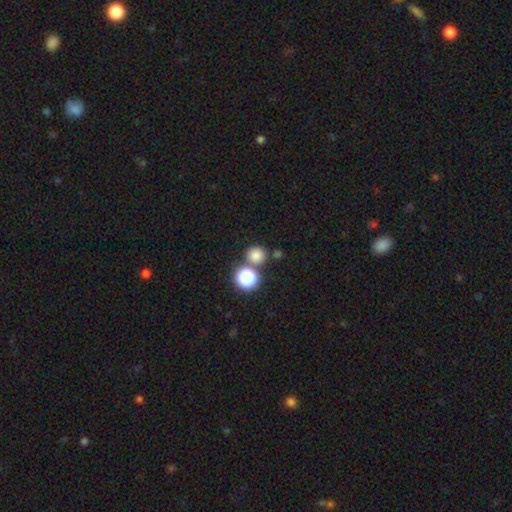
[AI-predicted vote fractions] This is likely a smooth galaxy (77%). How rounded: clearly round (90%). Merging: likely none (73%).